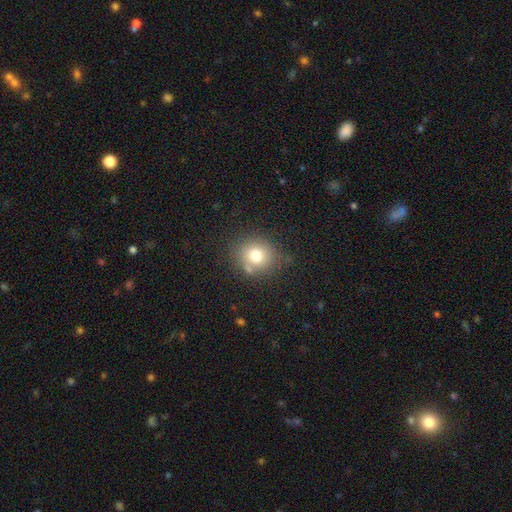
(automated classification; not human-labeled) This is likely a smooth galaxy (74%). How rounded: clearly round (84%). Merging: likely none (75%).